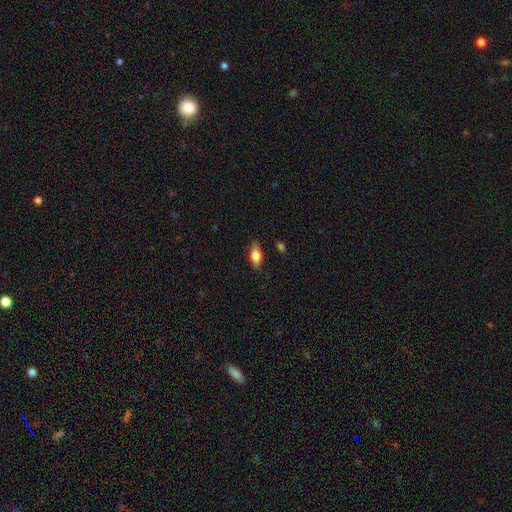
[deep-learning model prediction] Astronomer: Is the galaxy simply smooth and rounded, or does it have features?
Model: smooth — 73%.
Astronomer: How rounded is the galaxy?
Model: in between — 83%.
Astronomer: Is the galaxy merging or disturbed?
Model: none — 82%.